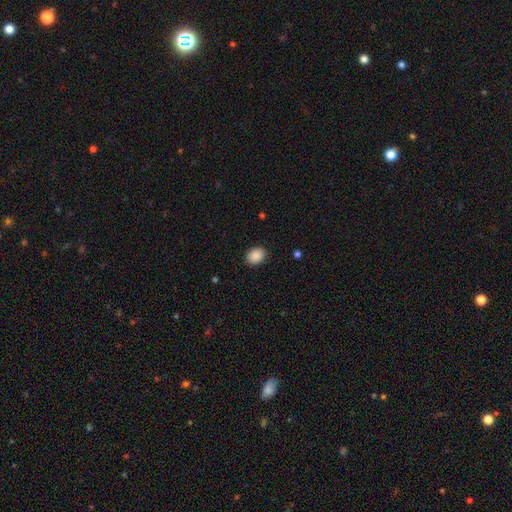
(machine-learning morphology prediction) Overall: smooth (89%). How rounded: in between (64%; round 35%). Merging: none (89%).